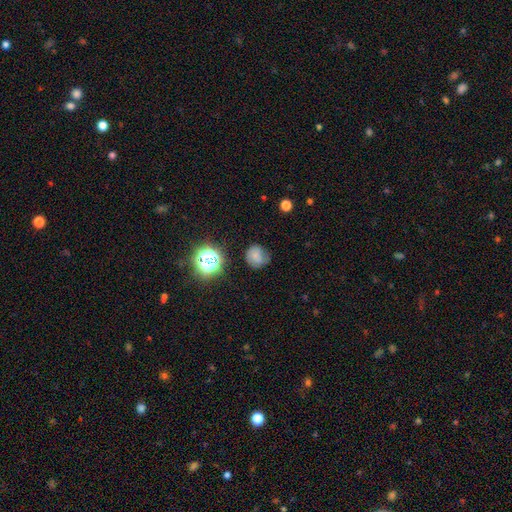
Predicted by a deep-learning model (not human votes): smooth-or-featured: smooth: 63% | featured or disk: 19% | star or artifact: 18%
  how-rounded: round: 83% | in between: 16% | cigar-shaped: 1%
  merging: none: 63% | minor disturbance: 25% | major disturbance: 9% | merger: 3%